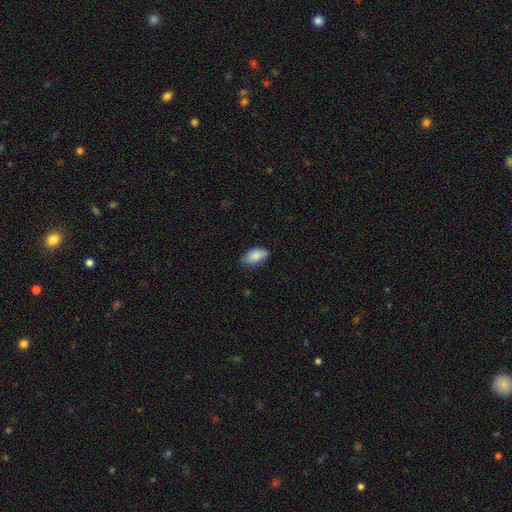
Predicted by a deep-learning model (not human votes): Overall: smooth (85%). How rounded: in between (93%). Merging: none (75%).